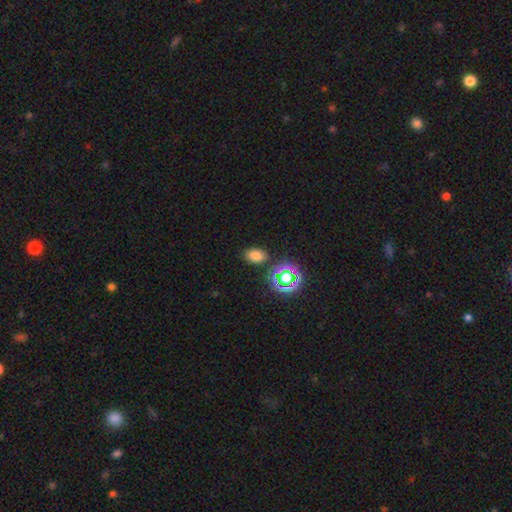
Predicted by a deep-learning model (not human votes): Overall: smooth (73%). How rounded: in between (80%). Merging: none (83%).